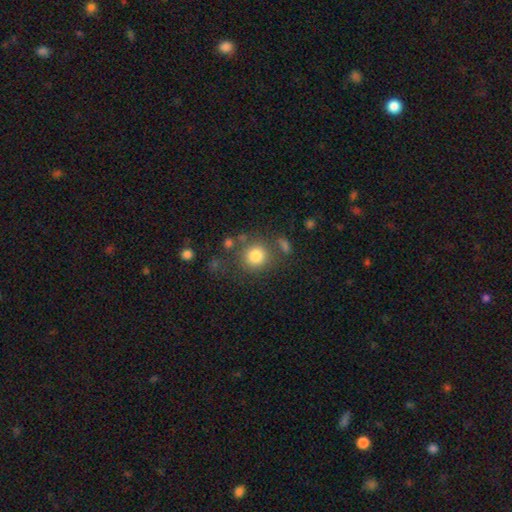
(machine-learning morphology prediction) A smooth galaxy with no disk features (81%) that is round (89%).

Vote fractions:
- Smooth or featured? smooth: 81% / star or artifact: 11% / featured or disk: 8%
- How rounded? round: 89% / in between: 10% / cigar-shaped: 1%
- Merging? none: 74% / minor disturbance: 12% / merger: 8% / major disturbance: 6%